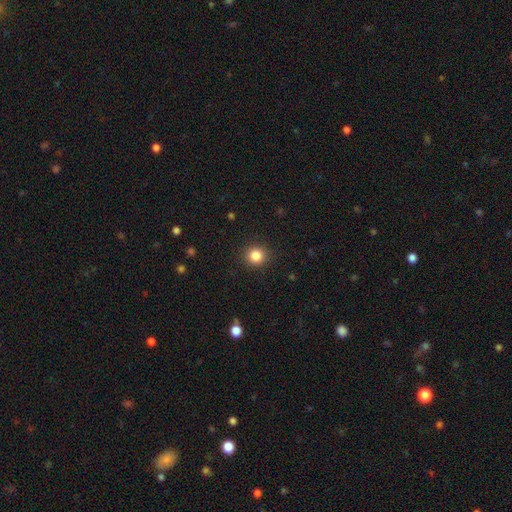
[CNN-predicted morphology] Smooth or featured?
  - smooth: 85% *
  - star or artifact: 11%
  - featured or disk: 4%
How rounded?
  - round: 90% *
  - in between: 9%
  - cigar-shaped: 1%
Merging?
  - none: 91% *
  - minor disturbance: 6%
  - major disturbance: 2%
  - merger: 1%